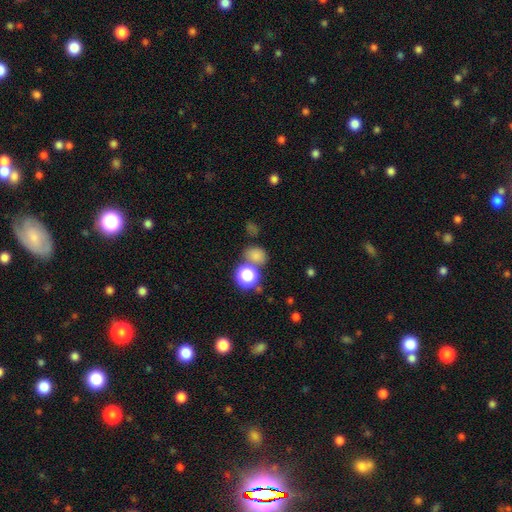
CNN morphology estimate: Overall: smooth (73%). How rounded: round (63%; in between 35%). Merging: none (63%).